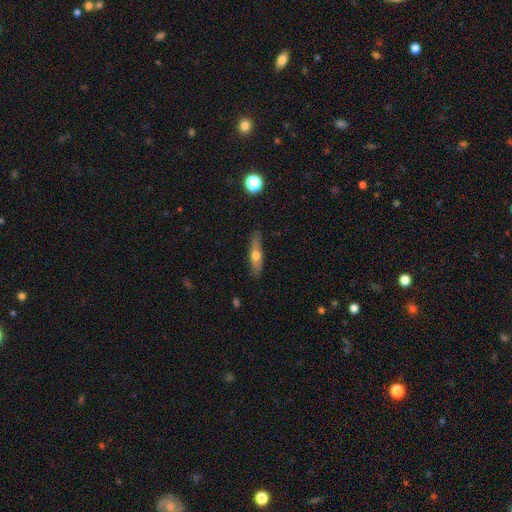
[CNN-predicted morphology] Smooth or featured? Predicted: smooth (p=0.49). Merging? Predicted: none (p=0.84).